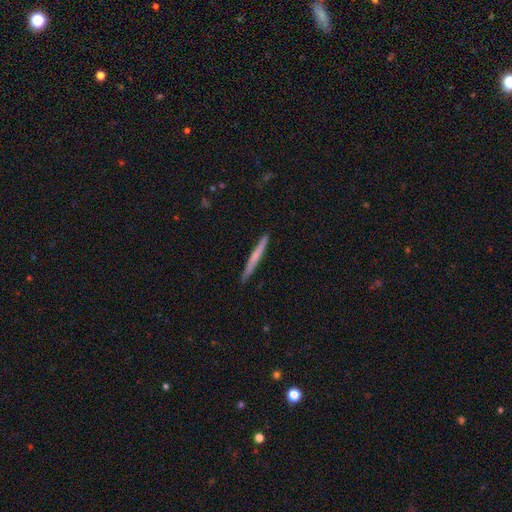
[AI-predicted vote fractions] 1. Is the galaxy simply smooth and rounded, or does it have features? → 54% smooth, 41% featured or disk, 6% star or artifact.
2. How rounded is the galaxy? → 97% cigar-shaped, 2% in between, 1% round.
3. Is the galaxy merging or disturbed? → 91% none, 6% minor disturbance, 1% major disturbance, 1% merger.